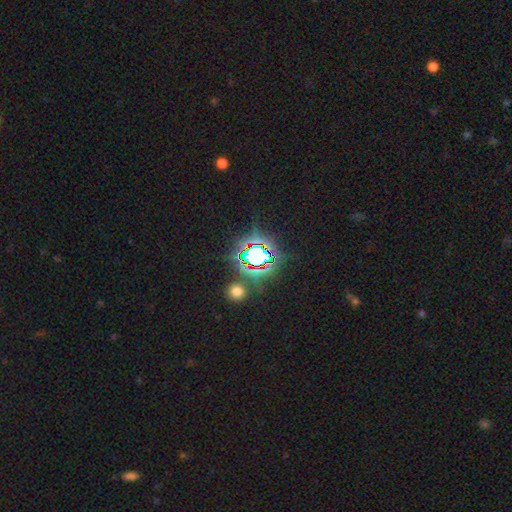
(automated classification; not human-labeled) A star or artifact, not a galaxy (75%).

Vote fractions:
- Smooth or featured? star or artifact: 75% / smooth: 14% / featured or disk: 10%